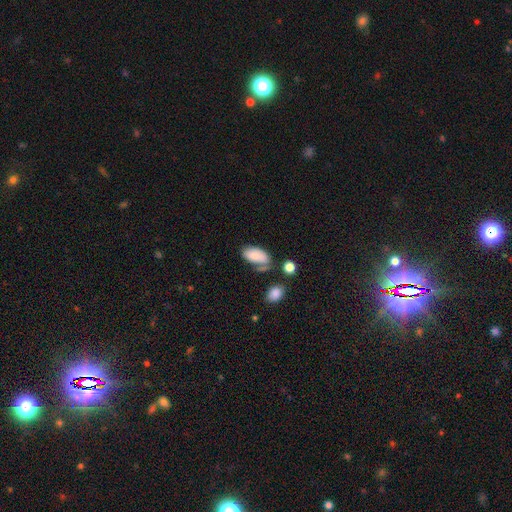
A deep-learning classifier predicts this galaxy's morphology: Smooth or featured? Predicted: smooth (p=0.81). How rounded? Predicted: in between (p=0.94). Merging? Predicted: none (p=0.46).